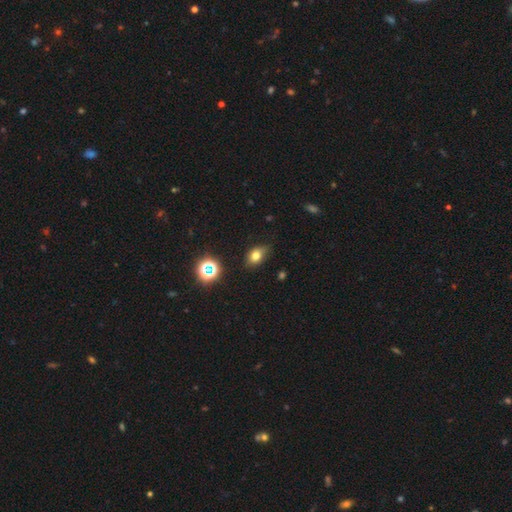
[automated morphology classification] type=smooth (74%); roundness=in between (72%); merging=none (72%).